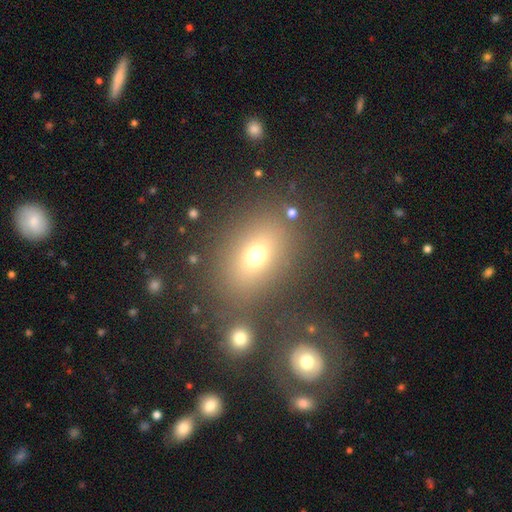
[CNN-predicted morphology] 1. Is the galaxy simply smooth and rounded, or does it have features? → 67% smooth, 18% star or artifact, 15% featured or disk.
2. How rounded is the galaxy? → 62% in between, 35% round, 2% cigar-shaped.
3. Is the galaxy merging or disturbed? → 77% none, 11% minor disturbance, 7% merger, 6% major disturbance.